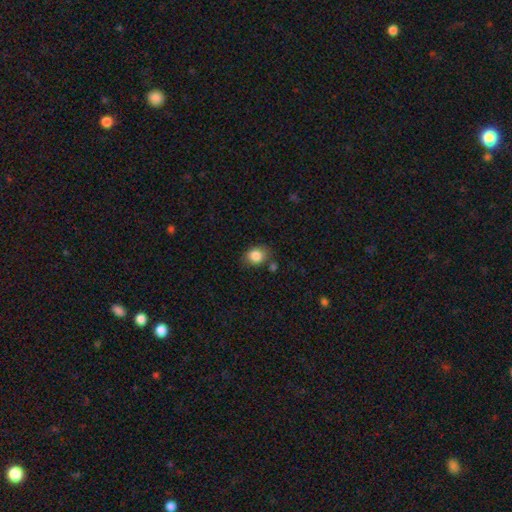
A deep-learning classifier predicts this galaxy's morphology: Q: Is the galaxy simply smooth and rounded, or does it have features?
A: smooth — 85%.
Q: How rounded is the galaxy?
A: round — 50%.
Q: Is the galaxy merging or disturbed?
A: none — 72%.